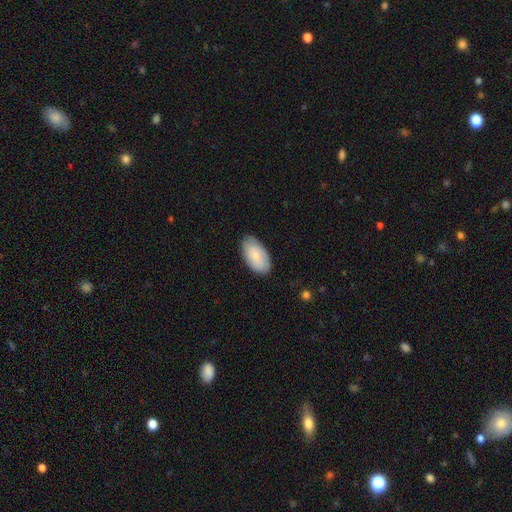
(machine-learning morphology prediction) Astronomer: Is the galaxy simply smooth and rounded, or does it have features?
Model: smooth — 74%.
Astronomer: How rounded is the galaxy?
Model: in between — 95%.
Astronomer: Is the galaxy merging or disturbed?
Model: none — 80%.